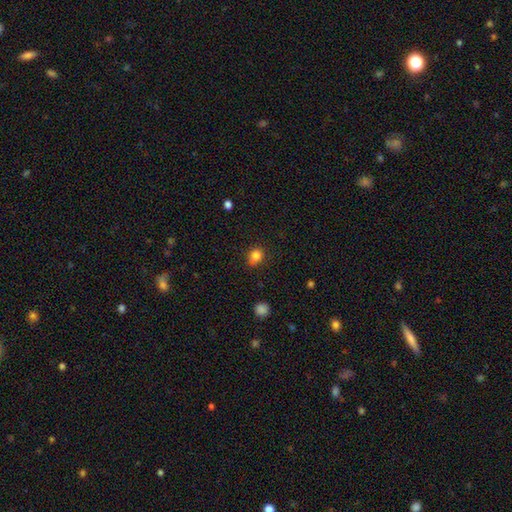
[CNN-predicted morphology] Smooth or featured?
  - smooth: 82% *
  - star or artifact: 12%
  - featured or disk: 6%
How rounded?
  - round: 68% *
  - in between: 31%
  - cigar-shaped: 1%
Merging?
  - none: 76% *
  - minor disturbance: 18%
  - major disturbance: 4%
  - merger: 3%